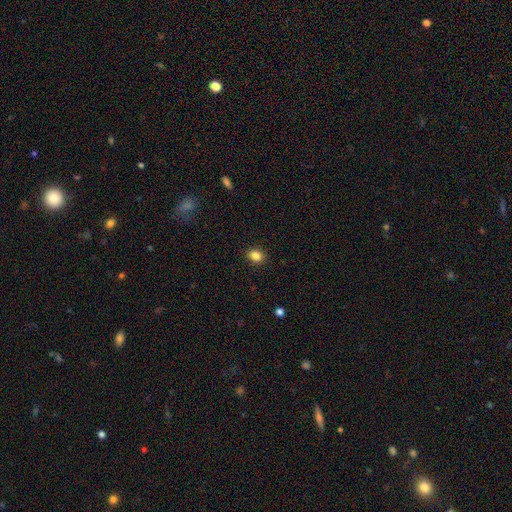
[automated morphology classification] Smooth or featured?
  - smooth: 85% *
  - star or artifact: 11%
  - featured or disk: 5%
How rounded?
  - in between: 51% *
  - round: 48%
  - cigar-shaped: 1%
Merging?
  - none: 89% *
  - minor disturbance: 8%
  - major disturbance: 2%
  - merger: 1%